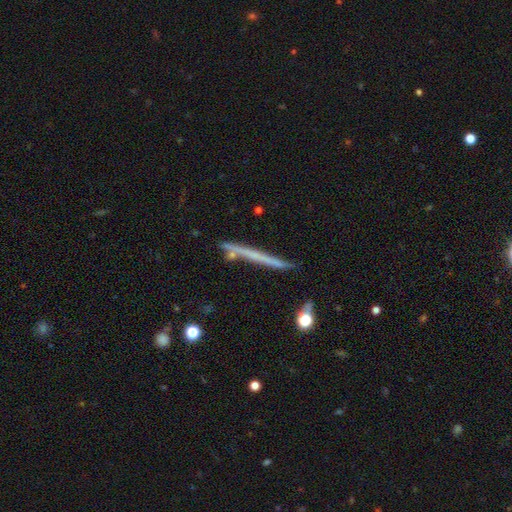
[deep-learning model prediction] Smooth or featured?
  - featured or disk: 50% *
  - smooth: 42%
  - star or artifact: 8%
Edge-on disk?
  - yes: 95% *
  - no: 5%
Merging?
  - none: 80% *
  - minor disturbance: 13%
  - merger: 4%
  - major disturbance: 3%